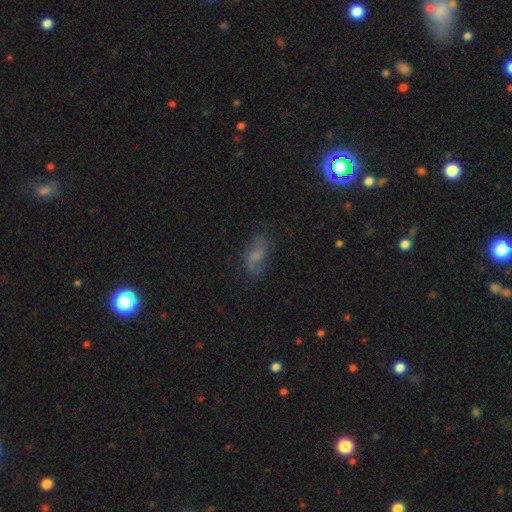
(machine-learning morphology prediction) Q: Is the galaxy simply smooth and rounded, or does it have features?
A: featured or disk — 49%.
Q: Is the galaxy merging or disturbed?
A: none — 63%.